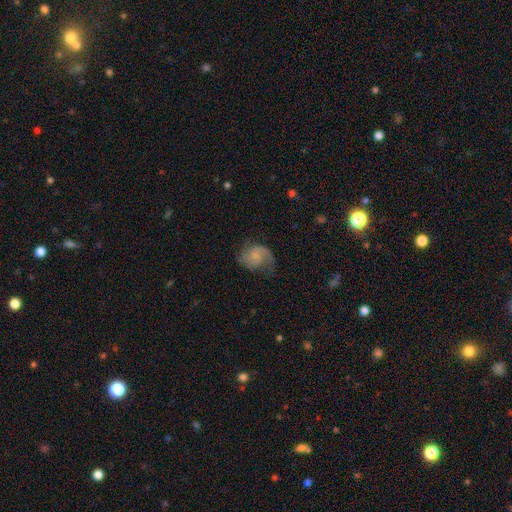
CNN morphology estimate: A featured or disk galaxy (63%) with no bar (69%), 2 (70%) medium (43%) spiral arms (92%) and a small central bulge (50%).

Vote fractions:
- Smooth or featured? featured or disk: 63% / smooth: 29% / star or artifact: 8%
- Edge-on disk? no: 98% / yes: 2%
- Bar? no: 69% / weak: 27% / strong: 4%
- Spiral arms? yes: 92% / no: 8%
- Spiral winding? medium: 43% / loose: 41% / tight: 17%
- Spiral arm count? 2: 70% / 1: 17% / can't tell: 7% / 3: 3% / 4: 1% / more than 4: 1%
- Bulge size? small: 50% / moderate: 23% / none: 21% / large: 4% / dominant: 2%
- Merging? none: 54% / minor disturbance: 24% / major disturbance: 20% / merger: 2%